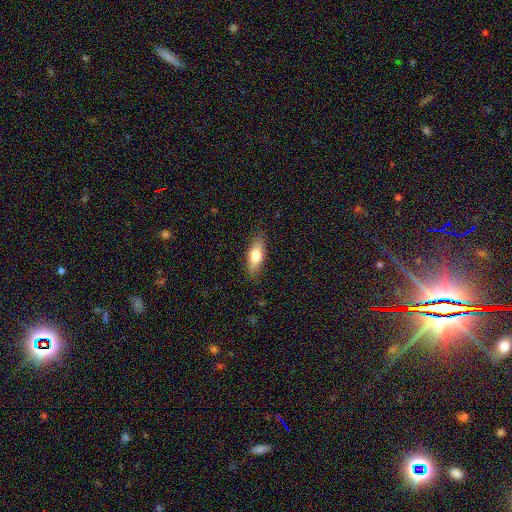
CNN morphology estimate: smooth_or_featured: smooth (p=0.73) [alt: featured or disk p=0.21]
how_rounded: in between (p=0.68) [alt: cigar-shaped p=0.29]
merging: none (p=0.86) [alt: minor disturbance p=0.11]